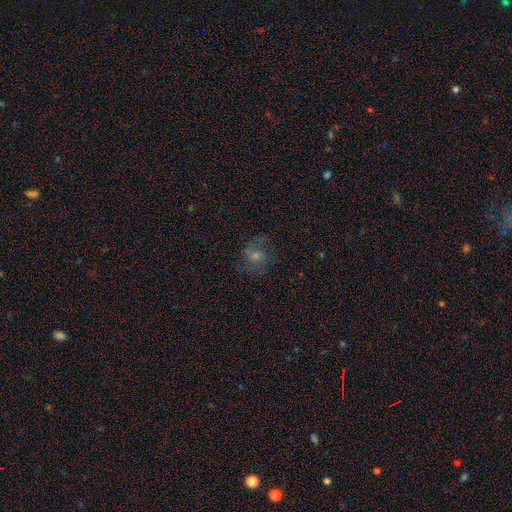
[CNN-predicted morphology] A featured or disk galaxy (55%) with no bar (65%), spiral arms (85%) and a moderate central bulge (46%).

Vote fractions:
- Smooth or featured? featured or disk: 55% / smooth: 26% / star or artifact: 19%
- Edge-on disk? no: 96% / yes: 4%
- Bar? no: 65% / weak: 30% / strong: 5%
- Spiral arms? yes: 85% / no: 15%
- Bulge size? moderate: 46% / small: 39% / large: 7% / none: 7% / dominant: 2%
- Merging? none: 70% / minor disturbance: 16% / major disturbance: 12% / merger: 1%